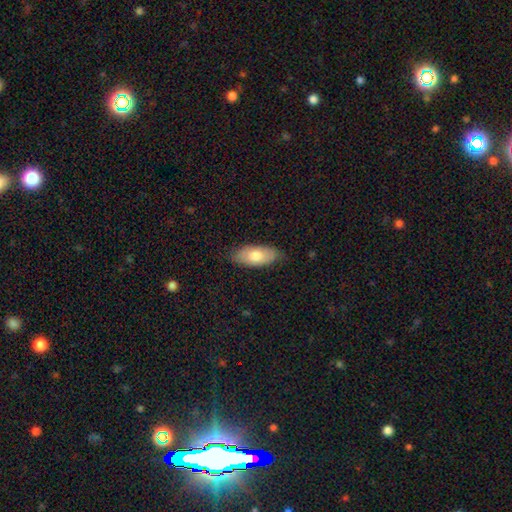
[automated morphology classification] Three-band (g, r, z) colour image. It shows a smooth galaxy with no disk features (72%) that is in between round and cigar-shaped (89%). Merging: none (79%).